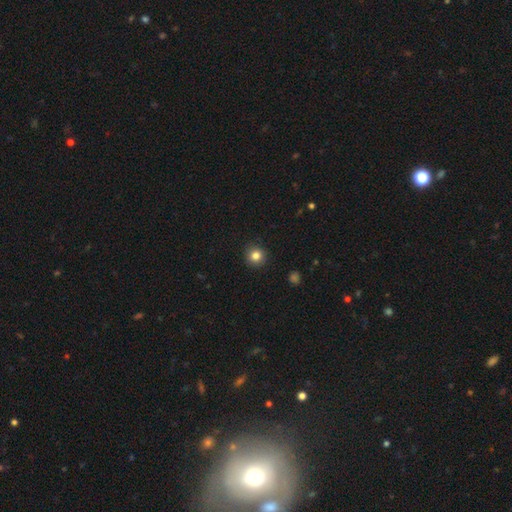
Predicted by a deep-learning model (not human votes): A smooth galaxy with no disk features (83%) that is round (94%).

Vote fractions:
- Smooth or featured? smooth: 83% / star or artifact: 11% / featured or disk: 6%
- How rounded? round: 94% / in between: 5% / cigar-shaped: 1%
- Merging? none: 92% / minor disturbance: 5% / major disturbance: 2% / merger: 1%